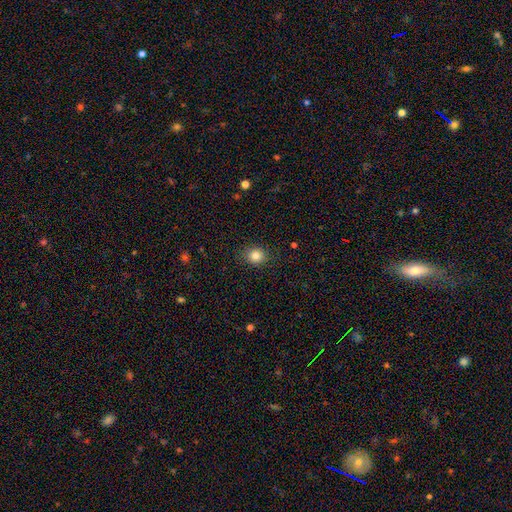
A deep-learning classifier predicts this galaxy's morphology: The model was most divided on "how rounded": round: 77%, in between: 22%, cigar-shaped: 1%. More confident: merging — none (87%); smooth or featured — smooth (83%).